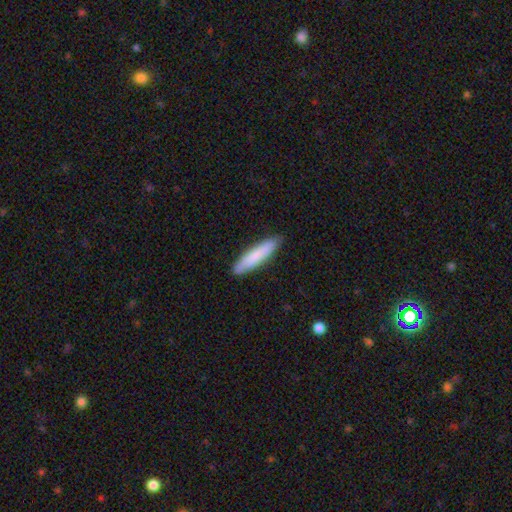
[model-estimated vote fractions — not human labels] Smooth or featured? Predicted: smooth (p=0.79). How rounded? Predicted: cigar-shaped (p=0.85). Merging? Predicted: none (p=0.87).